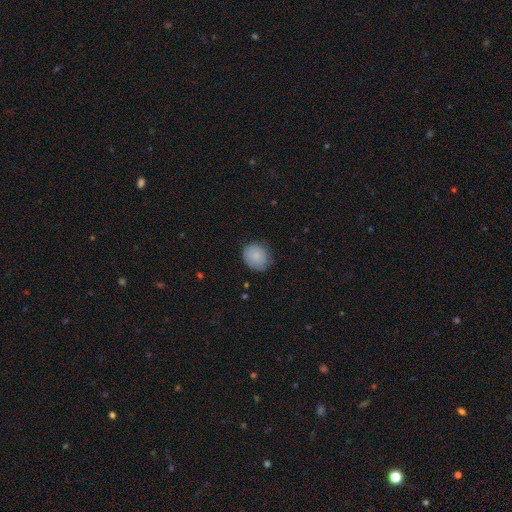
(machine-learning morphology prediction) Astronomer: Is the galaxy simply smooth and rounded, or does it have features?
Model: smooth — 85%.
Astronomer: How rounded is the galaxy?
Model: round — 75%.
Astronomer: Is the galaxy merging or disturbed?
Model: none — 73%.